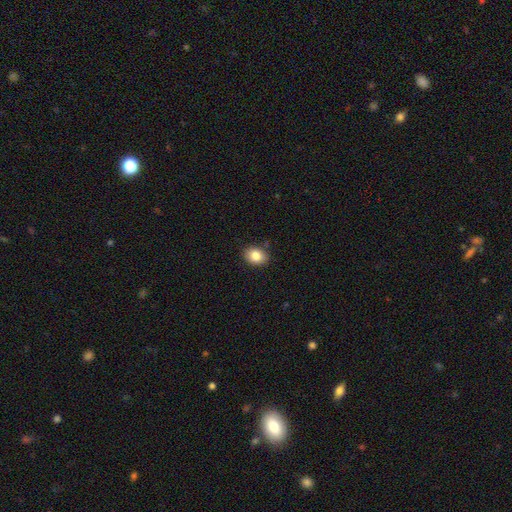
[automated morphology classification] smooth_or_featured: smooth (p=0.83) [alt: star or artifact p=0.09]
how_rounded: in between (p=0.63) [alt: round p=0.36]
merging: none (p=0.84) [alt: minor disturbance p=0.12]